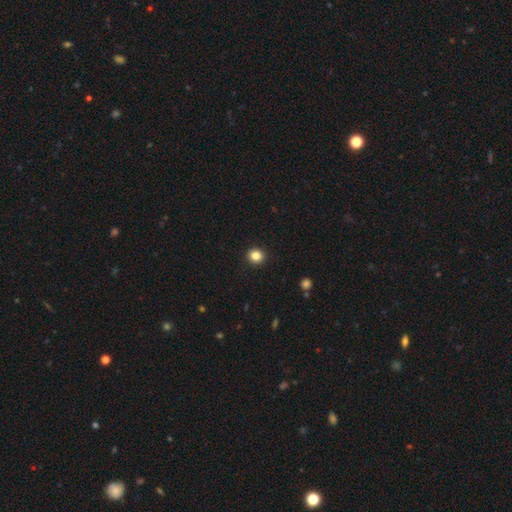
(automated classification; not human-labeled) This is clearly a smooth galaxy (85%). How rounded: clearly round (85%). Merging: clearly none (93%).